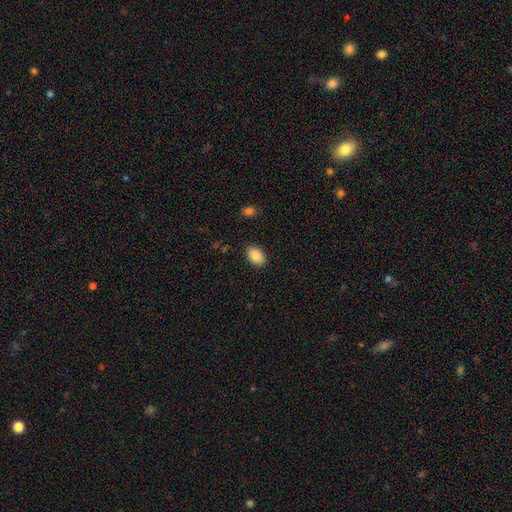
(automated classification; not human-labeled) smooth-or-featured: smooth: 88% | star or artifact: 7% | featured or disk: 4%
  how-rounded: in between: 90% | round: 9% | cigar-shaped: 1%
  merging: none: 88% | minor disturbance: 9% | major disturbance: 2% | merger: 1%